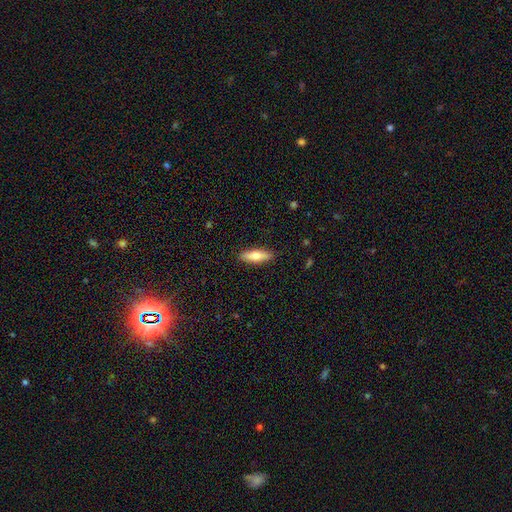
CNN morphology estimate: A smooth galaxy with no disk features (68%) that is cigar-shaped (56%). Merging: none (89%).